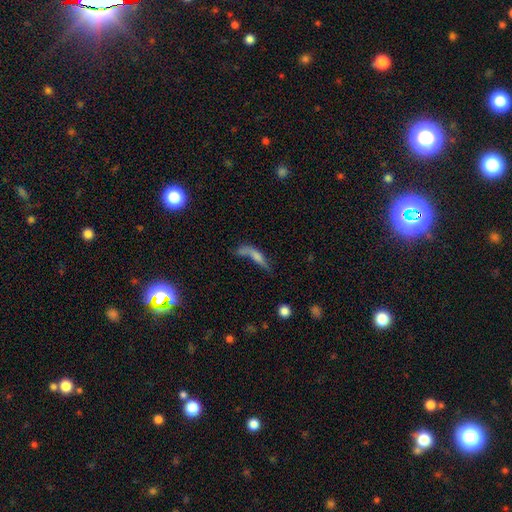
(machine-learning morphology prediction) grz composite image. It shows a smooth galaxy with no disk features (50%) that is cigar-shaped (60%). Merging: major disturbance (32%).